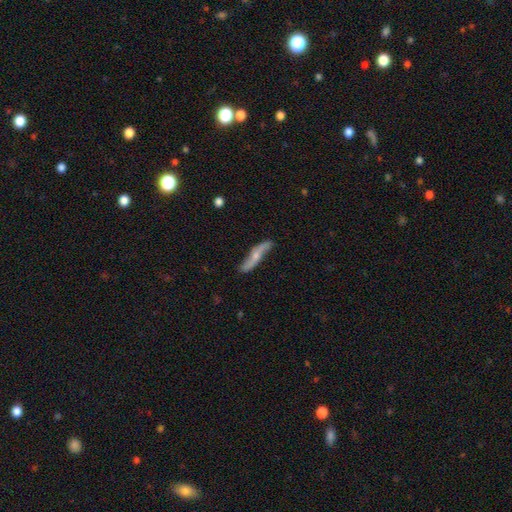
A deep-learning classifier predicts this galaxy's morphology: featured or disk 59%, smooth 35%, star or artifact 6%. Down the decision tree: edge-on disk — yes (51%); merging — none (77%).